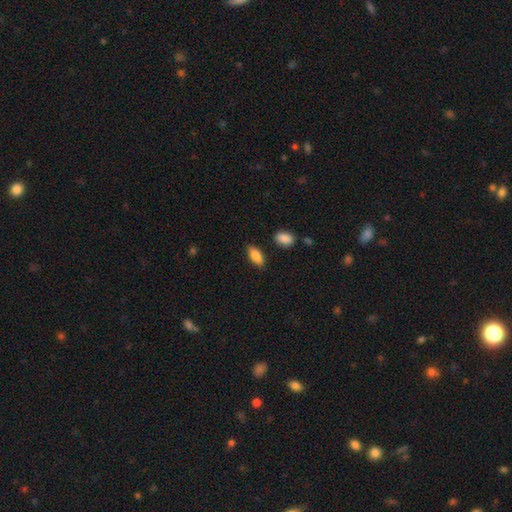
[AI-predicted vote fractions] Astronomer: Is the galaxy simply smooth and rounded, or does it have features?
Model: smooth — 85%.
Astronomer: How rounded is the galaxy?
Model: in between — 82%.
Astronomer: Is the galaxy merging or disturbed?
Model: none — 84%.